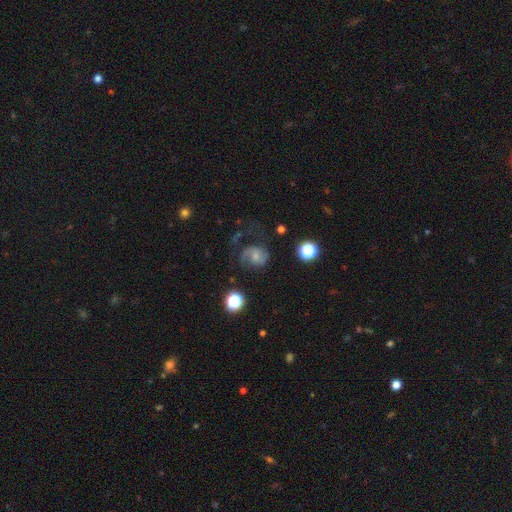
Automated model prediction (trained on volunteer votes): Smooth or featured? featured or disk (61%)
Edge-on disk? no (98%)
Bar? no (60%)
Spiral arms? yes (90%)
Spiral winding? medium (47%)
Spiral arm count? 2 (66%)
Bulge size? moderate (40%, tied with small)
Merging? none (51%)